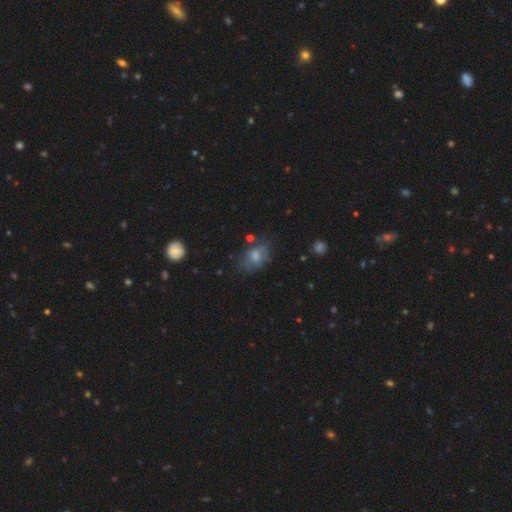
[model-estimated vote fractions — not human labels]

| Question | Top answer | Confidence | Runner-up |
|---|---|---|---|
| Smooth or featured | smooth | 68% | featured or disk (22%) |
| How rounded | in between | 83% | round (16%) |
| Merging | none | 59% | minor disturbance (26%) |